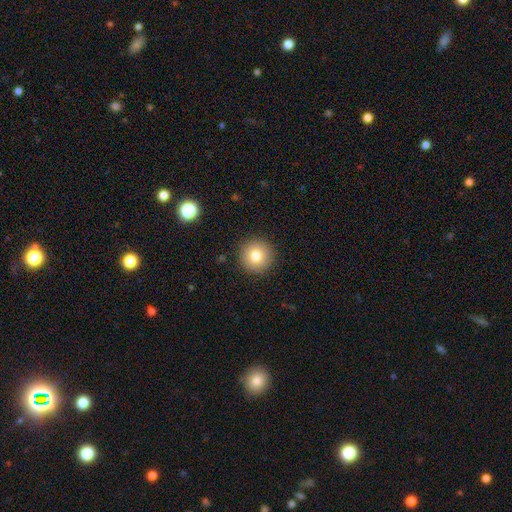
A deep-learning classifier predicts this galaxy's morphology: Smooth or featured? Predicted: smooth (p=0.79). How rounded? Predicted: round (p=0.95). Merging? Predicted: none (p=0.91).